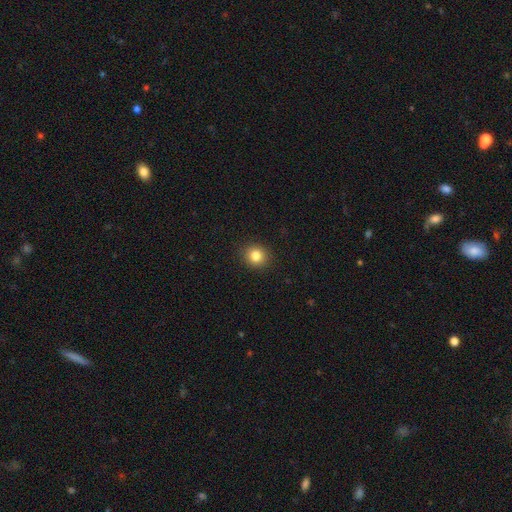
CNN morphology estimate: Smooth or featured? Predicted: smooth (p=0.83). How rounded? Predicted: round (p=0.86). Merging? Predicted: none (p=0.91).